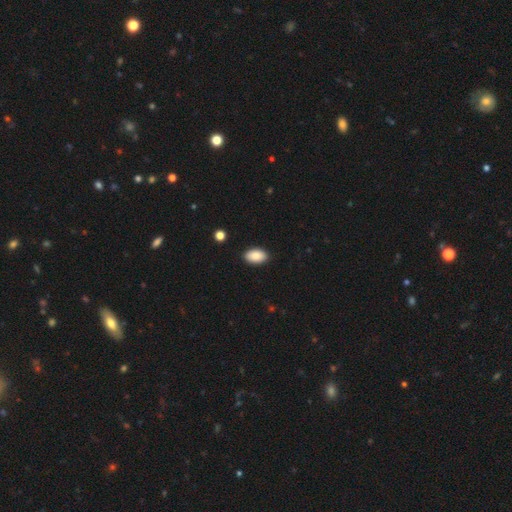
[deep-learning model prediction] A smooth galaxy with no disk features (88%) that is in between round and cigar-shaped (94%).

Vote fractions:
- Smooth or featured? smooth: 88% / star or artifact: 7% / featured or disk: 5%
- How rounded? in between: 94% / round: 5% / cigar-shaped: 1%
- Merging? none: 89% / minor disturbance: 8% / major disturbance: 2% / merger: 1%